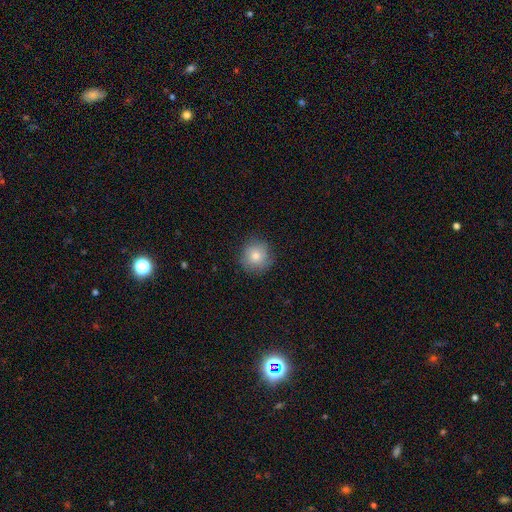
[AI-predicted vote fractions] Smooth or featured? smooth (78%)
How rounded? round (93%)
Merging? none (84%)